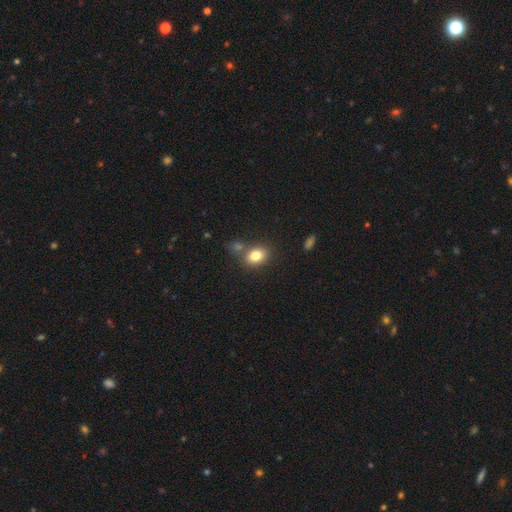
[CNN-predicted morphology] Smooth or featured: smooth — 81% (star or artifact — 10%)
How rounded: in between — 69% (round — 30%)
Merging: none — 63% (merger — 20%)